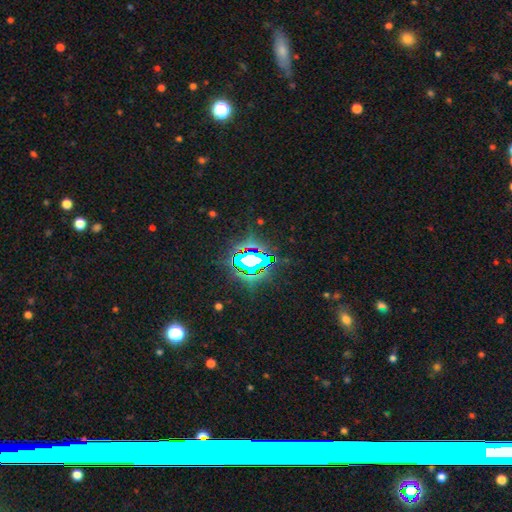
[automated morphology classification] A star or artifact, not a galaxy (75%).

Vote fractions:
- Smooth or featured? star or artifact: 75% / smooth: 14% / featured or disk: 11%